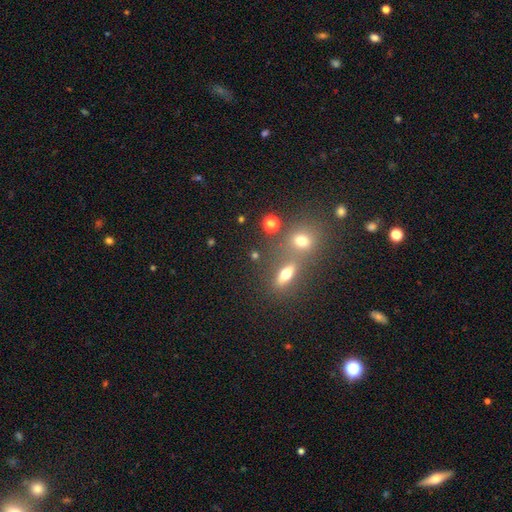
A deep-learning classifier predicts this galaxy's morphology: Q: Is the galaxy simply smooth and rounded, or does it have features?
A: smooth — 55%.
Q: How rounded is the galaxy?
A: in between — 41%, tied with round.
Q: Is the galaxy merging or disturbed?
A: none — 57%.